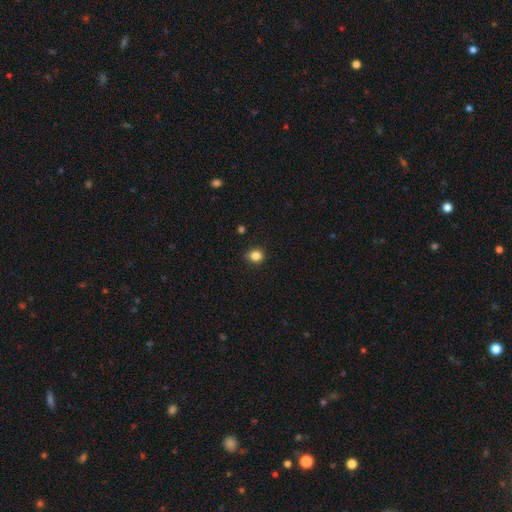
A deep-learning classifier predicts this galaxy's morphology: Q: Smooth or featured?
A: smooth (84%); runner-up: star or artifact (12%)
Q: How rounded?
A: round (71%); runner-up: in between (28%)
Q: Merging?
A: none (81%); runner-up: minor disturbance (15%)